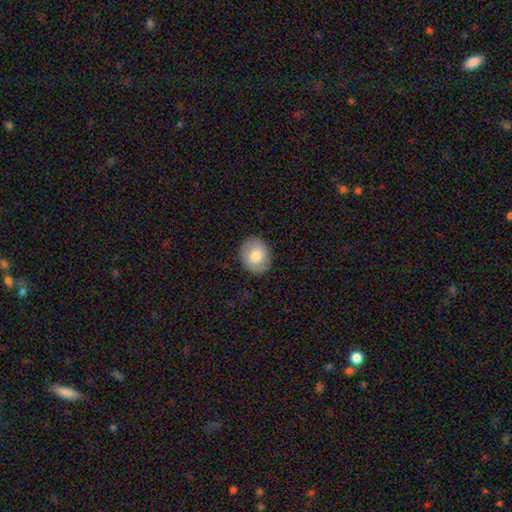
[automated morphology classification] Smooth or featured?
  - smooth: 75% *
  - featured or disk: 18%
  - star or artifact: 7%
How rounded?
  - in between: 51% *
  - round: 48%
  - cigar-shaped: 1%
Merging?
  - none: 87% *
  - minor disturbance: 9%
  - major disturbance: 3%
  - merger: 1%